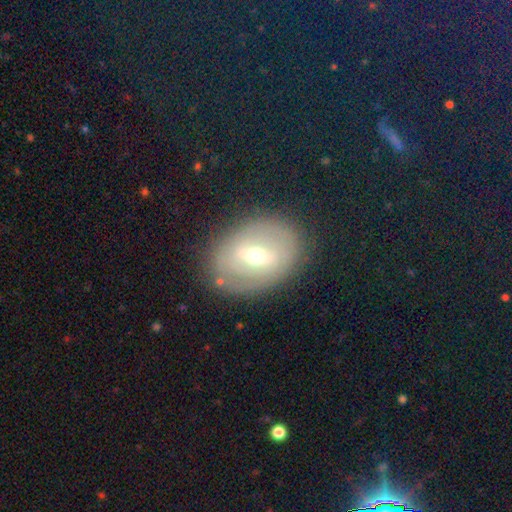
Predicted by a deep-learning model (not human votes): Q: Smooth or featured?
A: featured or disk (61%); runner-up: smooth (30%)
Q: Edge-on disk?
A: no (92%); runner-up: yes (8%)
Q: Bar?
A: weak (47%); runner-up: strong (34%)
Q: Spiral arms?
A: no (57%); runner-up: yes (43%)
Q: Bulge size?
A: moderate (55%); runner-up: small (40%)
Q: Merging?
A: none (81%); runner-up: minor disturbance (13%)